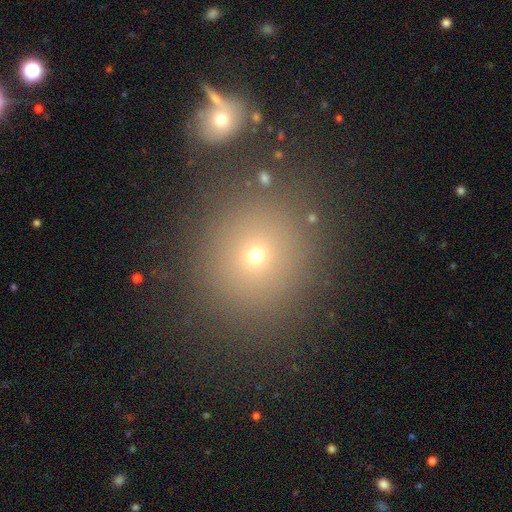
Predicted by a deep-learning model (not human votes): This appears to be a smooth galaxy with no disk features (66%) that is round (87%). Merging: none (81%).